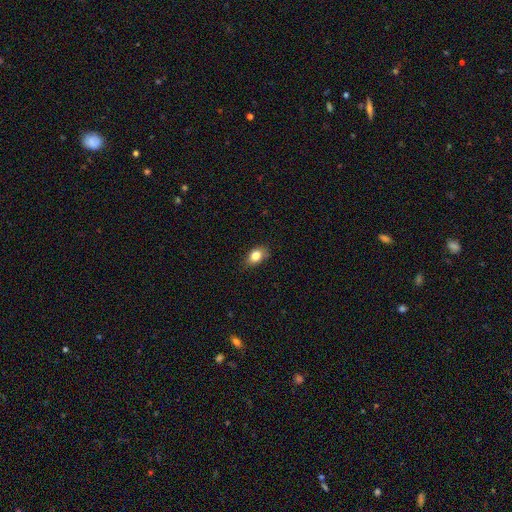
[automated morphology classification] Smooth or featured? smooth (81%)
How rounded? in between (80%)
Merging? none (79%)